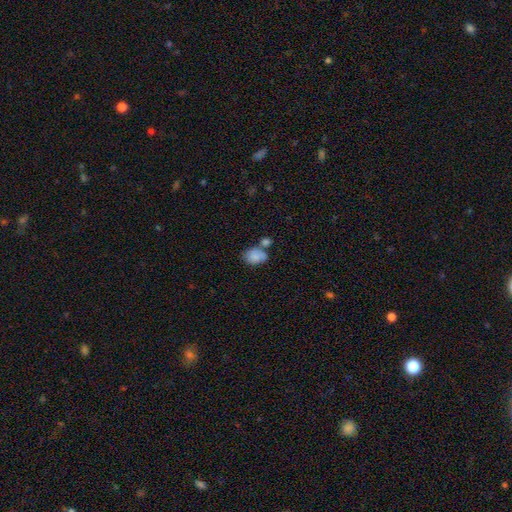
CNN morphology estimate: Smooth or featured?
  - smooth: 79% *
  - featured or disk: 12%
  - star or artifact: 9%
How rounded?
  - in between: 71% *
  - round: 28%
  - cigar-shaped: 1%
Merging?
  - none: 37% *
  - merger: 36%
  - minor disturbance: 18%
  - major disturbance: 9%